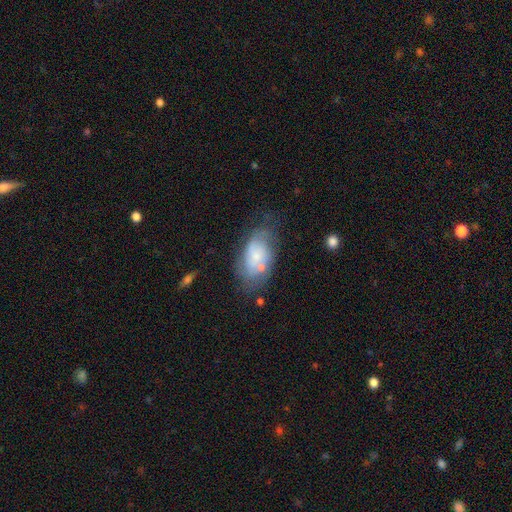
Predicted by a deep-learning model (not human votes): The model was most divided on "smooth or featured": smooth: 50%, featured or disk: 41%, star or artifact: 9%. Remaining: merging — none (49%).